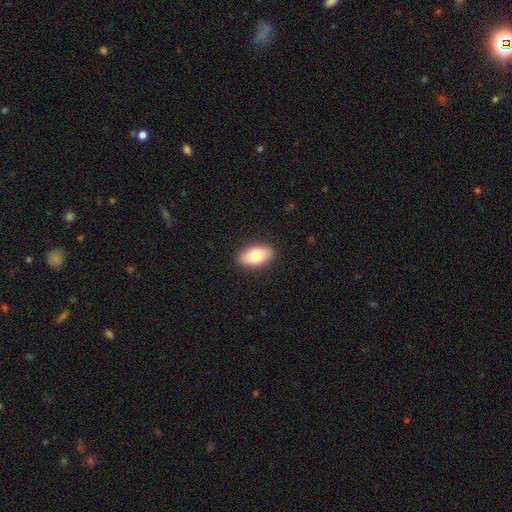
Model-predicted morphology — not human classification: A smooth galaxy with no disk features (78%) that is in between round and cigar-shaped (92%).

Vote fractions:
- Smooth or featured? smooth: 78% / featured or disk: 15% / star or artifact: 7%
- How rounded? in between: 92% / round: 5% / cigar-shaped: 3%
- Merging? none: 90% / minor disturbance: 8% / major disturbance: 2% / merger: 1%